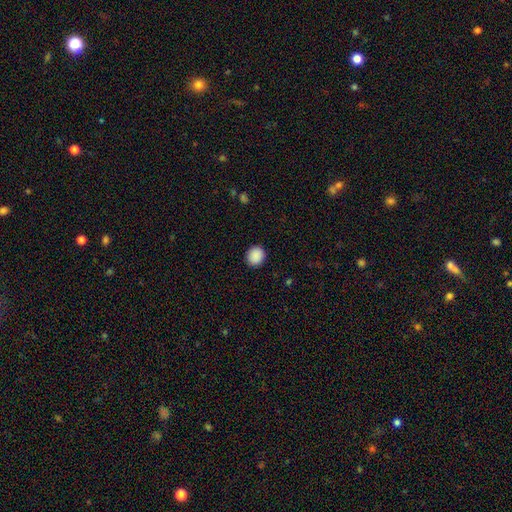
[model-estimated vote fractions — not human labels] smooth_or_featured: smooth (p=0.90) [alt: star or artifact p=0.08]
how_rounded: round (p=0.81) [alt: in between p=0.18]
merging: none (p=0.91) [alt: minor disturbance p=0.06]